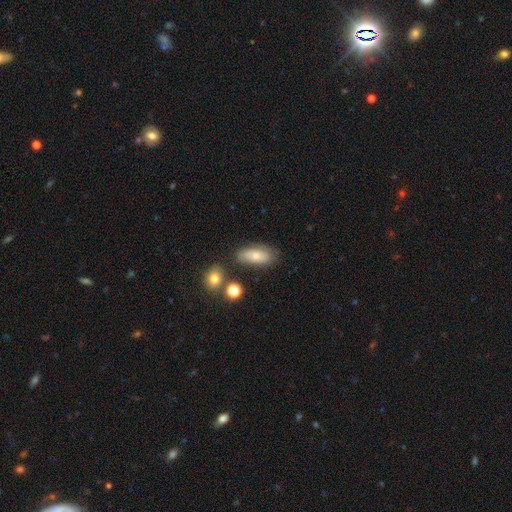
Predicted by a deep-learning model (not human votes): This appears to be a smooth galaxy with no disk features (70%) that is in between round and cigar-shaped (85%). Merging: none (69%).